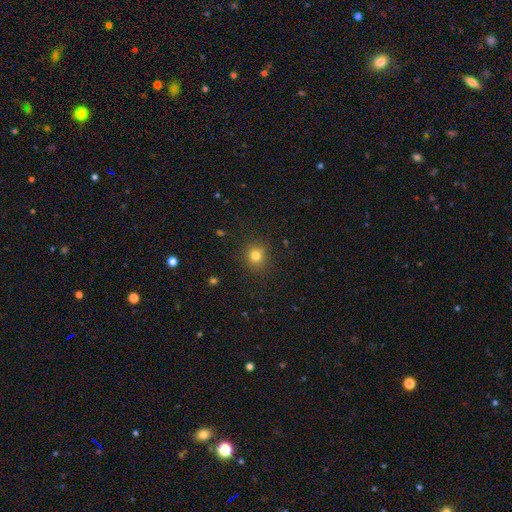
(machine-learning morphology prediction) smooth_or_featured: smooth (p=0.79) [alt: star or artifact p=0.15]
how_rounded: round (p=0.88) [alt: in between p=0.11]
merging: none (p=0.88) [alt: minor disturbance p=0.08]